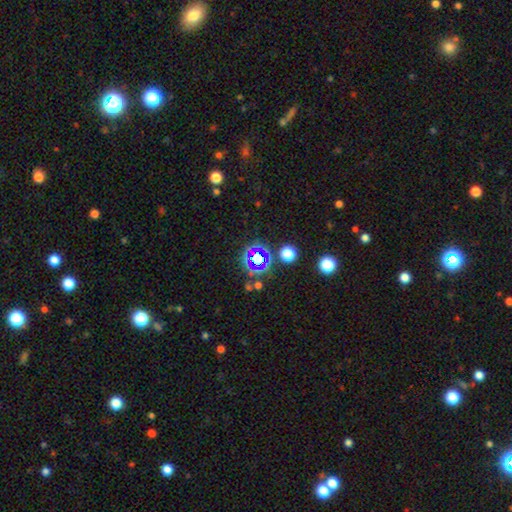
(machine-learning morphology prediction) A star or artifact, not a galaxy (61%).

Vote fractions:
- Smooth or featured? star or artifact: 61% / smooth: 27% / featured or disk: 12%